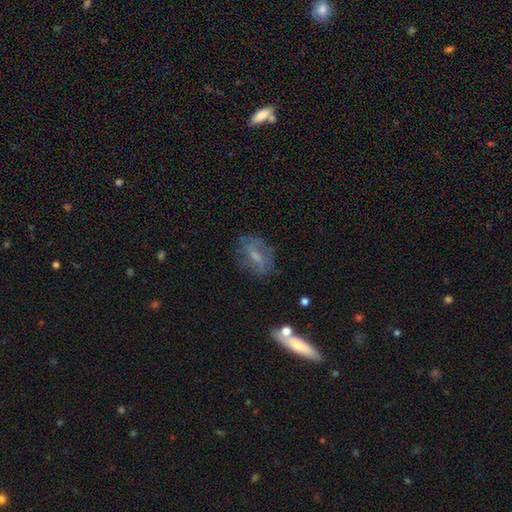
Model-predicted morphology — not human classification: The model was most divided on "smooth or featured": featured or disk: 47%, smooth: 43%, star or artifact: 10%. More confident: merging — none (69%).